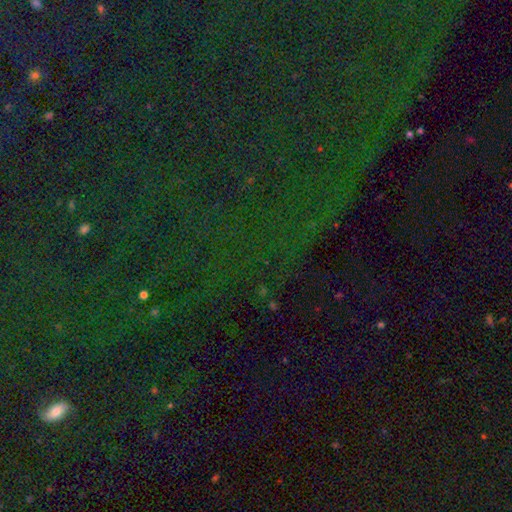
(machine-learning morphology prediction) This is clearly a star or artifact rather than a galaxy (82%).